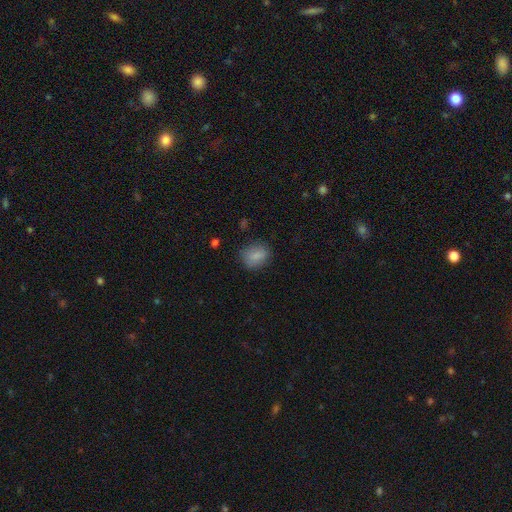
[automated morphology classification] This appears to be a smooth galaxy with no disk features (84%) that is round (50%). Merging: none (78%).